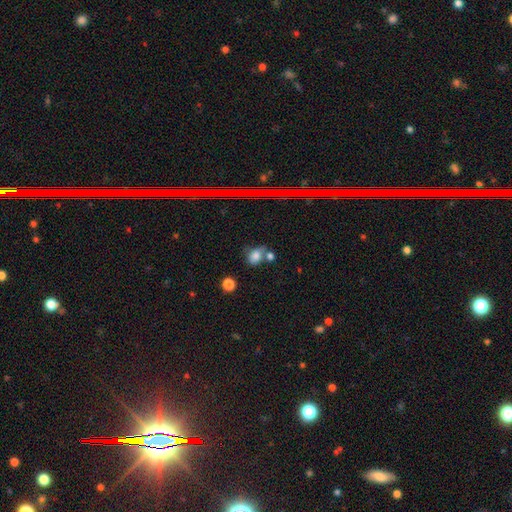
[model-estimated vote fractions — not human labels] Smooth or featured: smooth — 74% (star or artifact — 15%)
How rounded: in between — 60% (round — 38%)
Merging: none — 47% (merger — 29%)